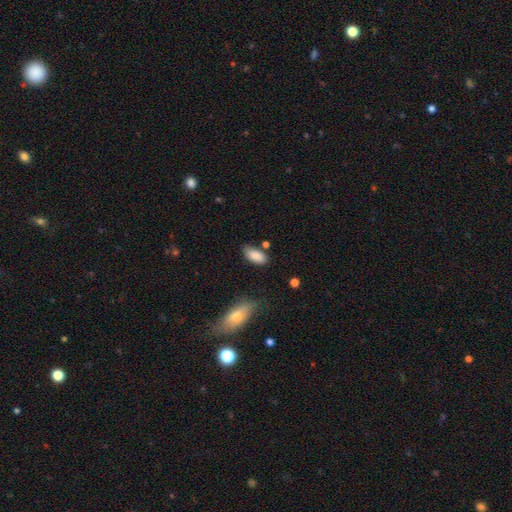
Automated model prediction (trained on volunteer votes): Q: Smooth or featured?
A: smooth (87%); runner-up: star or artifact (7%)
Q: How rounded?
A: in between (90%); runner-up: cigar-shaped (7%)
Q: Merging?
A: none (72%); runner-up: minor disturbance (18%)